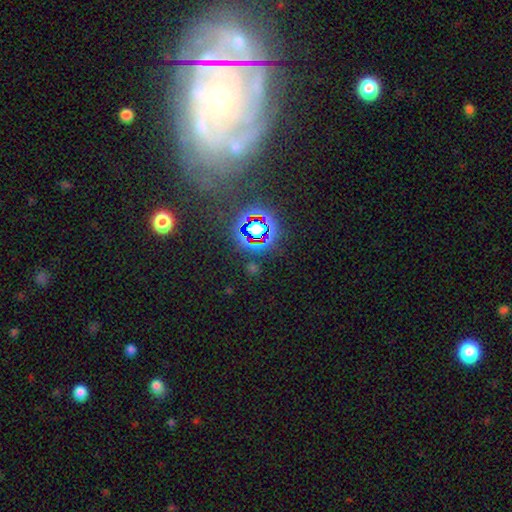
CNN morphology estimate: Overall: featured or disk (76%). Edge-on disk: no (95%). Bar: no (71%). Spiral arms: yes (93%). Spiral arm count: can't tell (32%; 3 18%). Spiral winding: tight (79%). Bulge size: small (68%). Merging: none (74%).